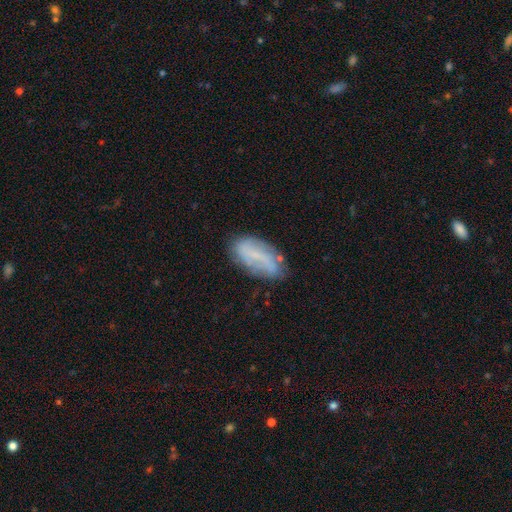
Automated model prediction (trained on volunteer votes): smooth_or_featured: featured or disk (p=0.51) [alt: smooth p=0.40]
disk_edge_on: no (p=0.93) [alt: yes p=0.07]
merging: none (p=0.65) [alt: minor disturbance p=0.23]